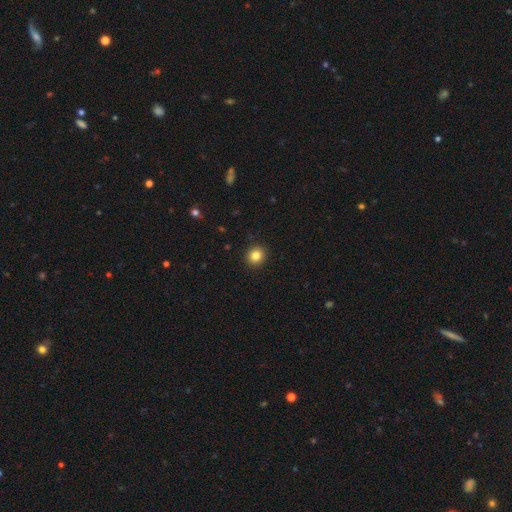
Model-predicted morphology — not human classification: smooth 84%, star or artifact 11%, featured or disk 5%. Down the decision tree: how rounded — round (87%); merging — none (92%).